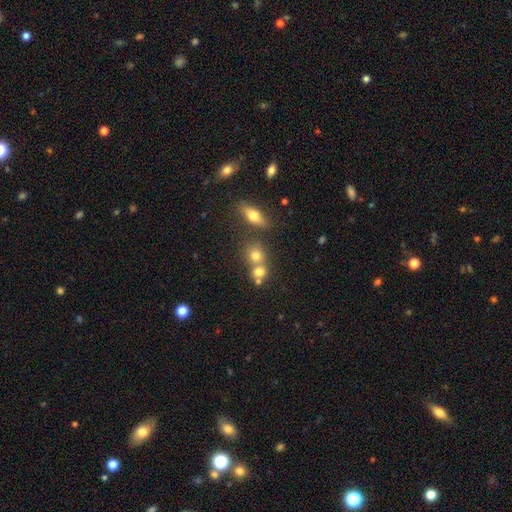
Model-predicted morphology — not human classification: Smooth or featured? Predicted: smooth (p=0.73). How rounded? Predicted: round (p=0.75). Merging? Predicted: merger (p=0.45).